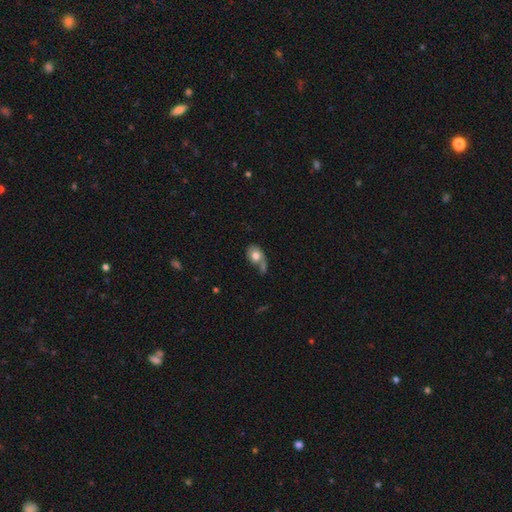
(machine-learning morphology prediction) Q: Smooth or featured?
A: smooth (61%); runner-up: featured or disk (31%)
Q: How rounded?
A: in between (66%); runner-up: round (32%)
Q: Merging?
A: none (30%); runner-up: major disturbance (27%)